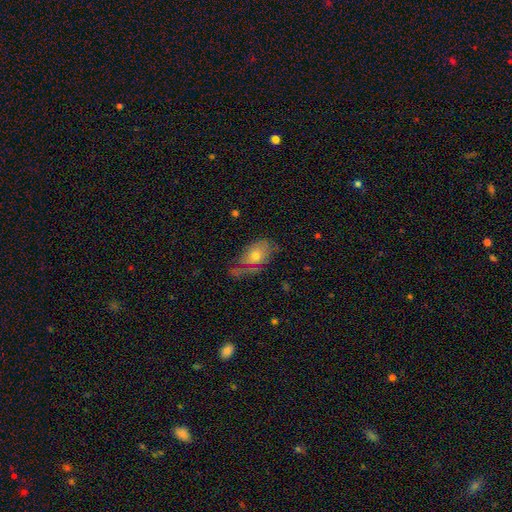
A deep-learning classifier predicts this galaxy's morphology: Q: Smooth or featured?
A: smooth (56%); runner-up: featured or disk (36%)
Q: How rounded?
A: in between (85%); runner-up: round (11%)
Q: Merging?
A: none (43%); runner-up: minor disturbance (31%)